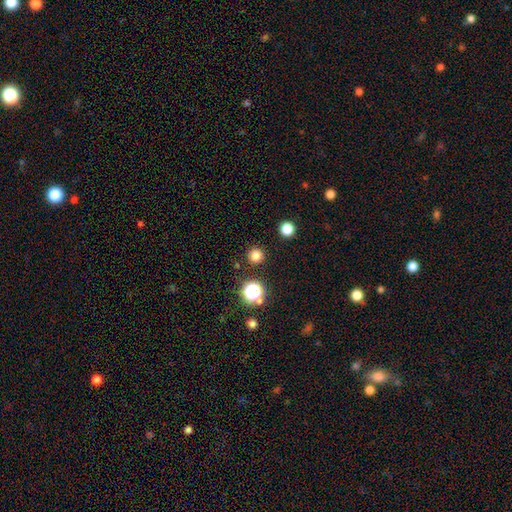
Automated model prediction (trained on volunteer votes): A smooth galaxy with no disk features (78%) that is round (96%).

Vote fractions:
- Smooth or featured? smooth: 78% / star or artifact: 18% / featured or disk: 4%
- How rounded? round: 96% / in between: 3% / cigar-shaped: 1%
- Merging? none: 91% / minor disturbance: 5% / major disturbance: 2% / merger: 2%